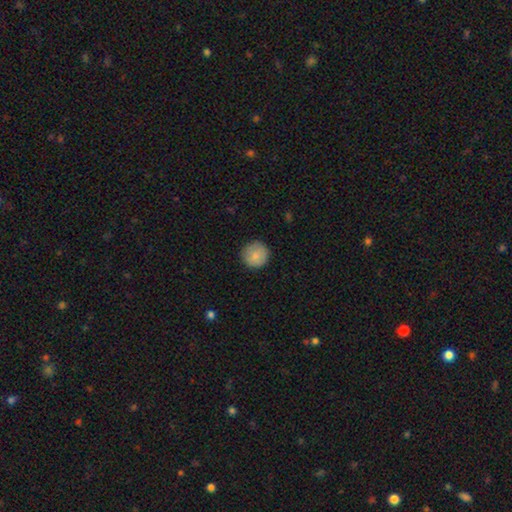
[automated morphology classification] Smooth or featured? smooth (84%)
How rounded? round (95%)
Merging? none (87%)